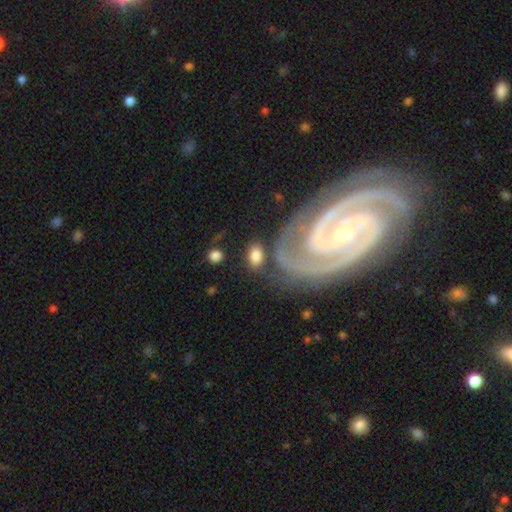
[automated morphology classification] The model was most divided on "merging": none: 67%, minor disturbance: 15%, major disturbance: 9%, merger: 9%. More confident: how rounded — in between (81%); smooth or featured — smooth (77%).